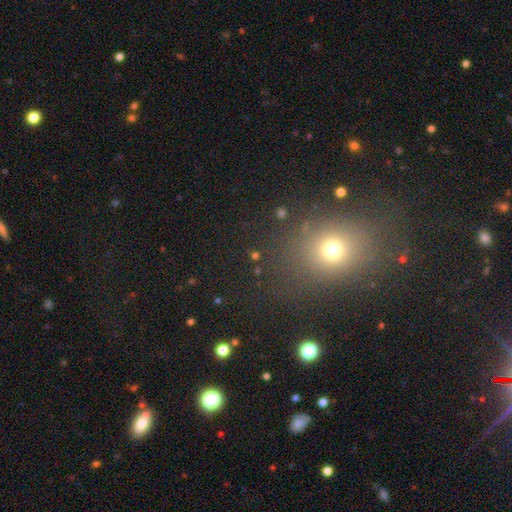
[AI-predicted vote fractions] Smooth or featured: smooth — 53% (star or artifact — 37%)
How rounded: round — 78% (in between — 19%)
Merging: none — 81% (minor disturbance — 9%)